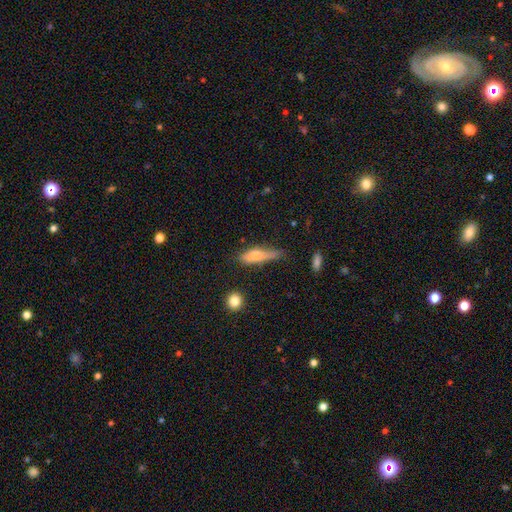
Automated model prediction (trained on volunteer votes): smooth 68%, featured or disk 24%, star or artifact 8%. Down the decision tree: how rounded — cigar-shaped (60%); merging — minor disturbance (39%).